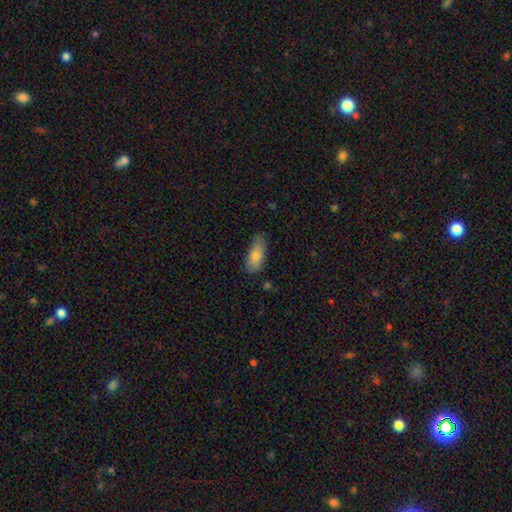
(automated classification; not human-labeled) A smooth galaxy with no disk features (80%) that is in between round and cigar-shaped (81%).

Vote fractions:
- Smooth or featured? smooth: 80% / featured or disk: 13% / star or artifact: 7%
- How rounded? in between: 81% / cigar-shaped: 16% / round: 2%
- Merging? none: 74% / minor disturbance: 22% / major disturbance: 3% / merger: 2%